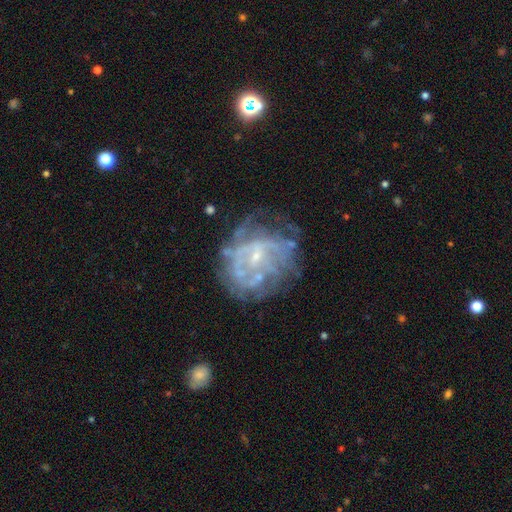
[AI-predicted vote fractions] Smooth or featured? Predicted: featured or disk (p=0.77). Edge-on disk? Predicted: no (p=0.98). Bar? Predicted: no (p=0.62). Spiral arms? Predicted: yes (p=0.61). Bulge size? Predicted: small (p=0.74). Merging? Predicted: none (p=0.46).